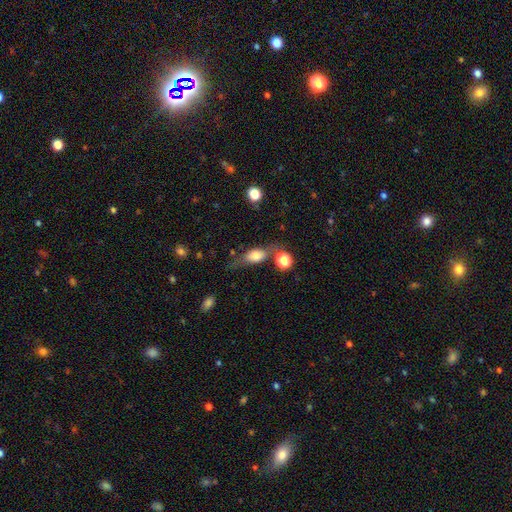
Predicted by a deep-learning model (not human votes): The model was most divided on "merging": none: 51%, minor disturbance: 21%, merger: 17%, major disturbance: 11%. More confident: how rounded — in between (71%); smooth or featured — smooth (63%).